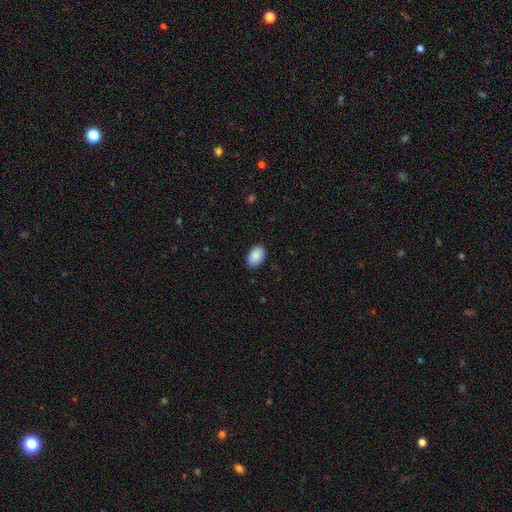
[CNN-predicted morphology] smooth-or-featured: smooth: 88% | star or artifact: 7% | featured or disk: 5%
  how-rounded: in between: 89% | round: 10% | cigar-shaped: 1%
  merging: none: 87% | minor disturbance: 10% | major disturbance: 2% | merger: 1%